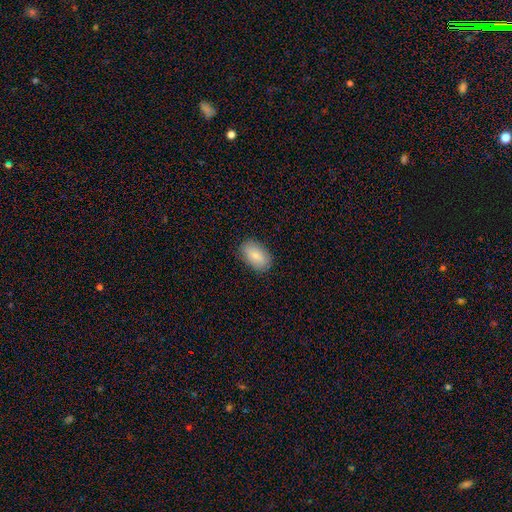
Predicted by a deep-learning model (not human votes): smooth-or-featured: smooth: 80% | featured or disk: 13% | star or artifact: 7%
  how-rounded: in between: 92% | round: 6% | cigar-shaped: 2%
  merging: none: 84% | minor disturbance: 12% | major disturbance: 3% | merger: 1%